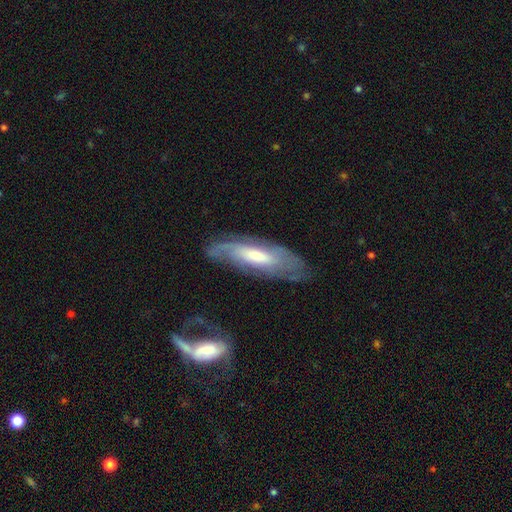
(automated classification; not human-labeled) Smooth or featured? featured or disk (65%)
Edge-on disk? no (76%)
Merging? none (62%)